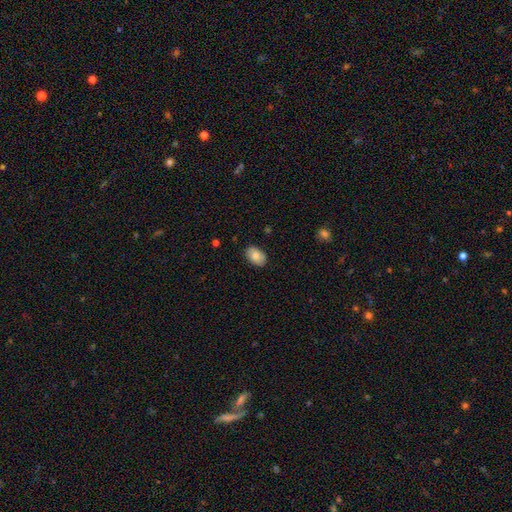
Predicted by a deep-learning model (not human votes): smooth-or-featured: smooth: 84% | featured or disk: 9% | star or artifact: 7%
  how-rounded: in between: 89% | round: 10% | cigar-shaped: 1%
  merging: none: 86% | minor disturbance: 11% | major disturbance: 2% | merger: 1%